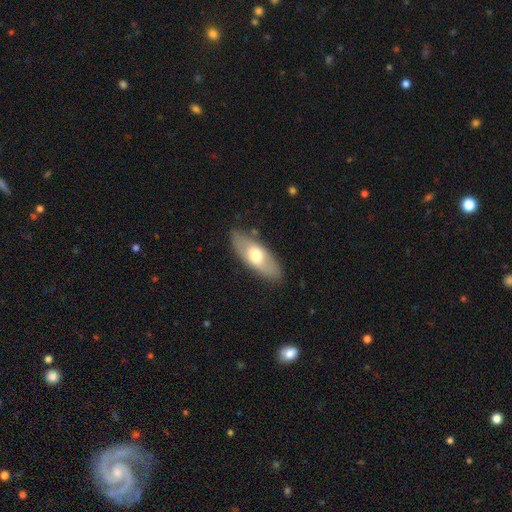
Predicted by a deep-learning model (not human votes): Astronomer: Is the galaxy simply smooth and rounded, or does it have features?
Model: smooth — 57% (runner-up: featured or disk, 37%).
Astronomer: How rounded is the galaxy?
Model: in between — 79%.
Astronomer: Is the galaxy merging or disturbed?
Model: none — 83%.